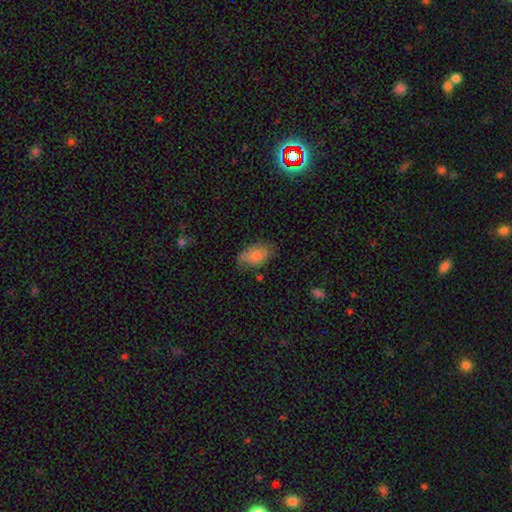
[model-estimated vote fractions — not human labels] The model was most divided on "merging": none: 62%, minor disturbance: 27%, major disturbance: 8%, merger: 3%. More confident: how rounded — in between (91%); smooth or featured — smooth (79%).